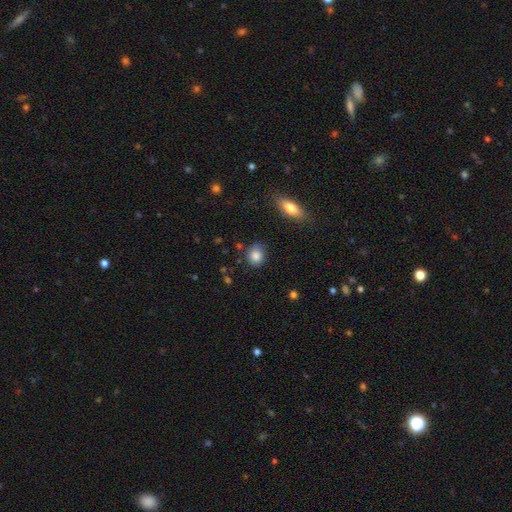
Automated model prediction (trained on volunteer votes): Morphology: type=smooth (84%); roundness=round (74%); merging=none (73%).